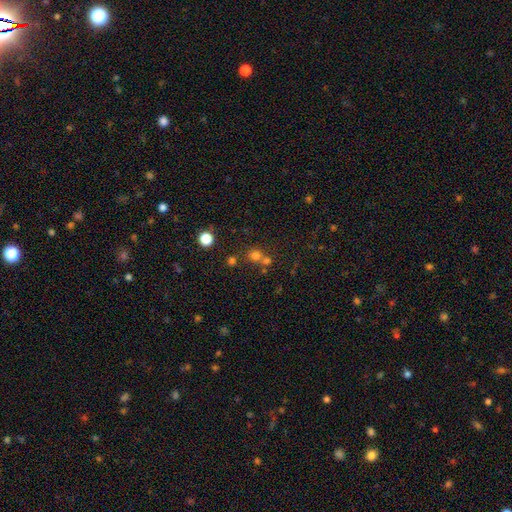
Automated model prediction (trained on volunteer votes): Smooth or featured? smooth (68%)
How rounded? round (86%)
Merging? none (52%)